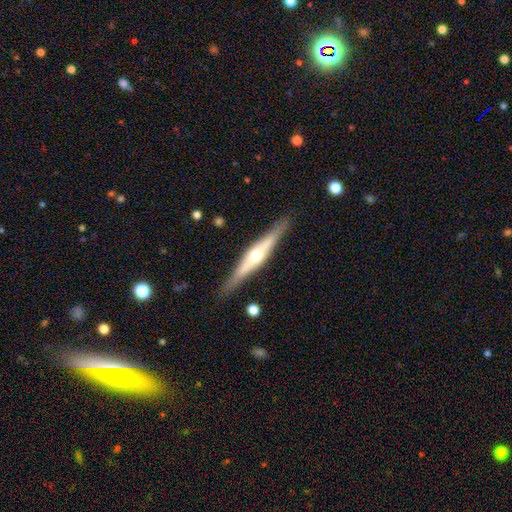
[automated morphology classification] smooth-or-featured: featured or disk: 72% | smooth: 23% | star or artifact: 5%
  disk-edge-on: yes: 96% | no: 4%
    edge-on-bulge: rounded: 87% | boxy: 8% | none: 5%
  merging: none: 88% | minor disturbance: 9% | major disturbance: 2% | merger: 1%